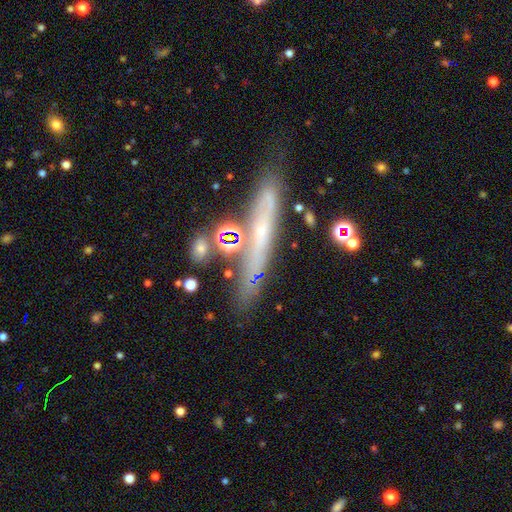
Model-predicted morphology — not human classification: Smooth or featured? Predicted: featured or disk (p=0.61). Edge-on disk? Predicted: yes (p=0.79). Merging? Predicted: none (p=0.59).